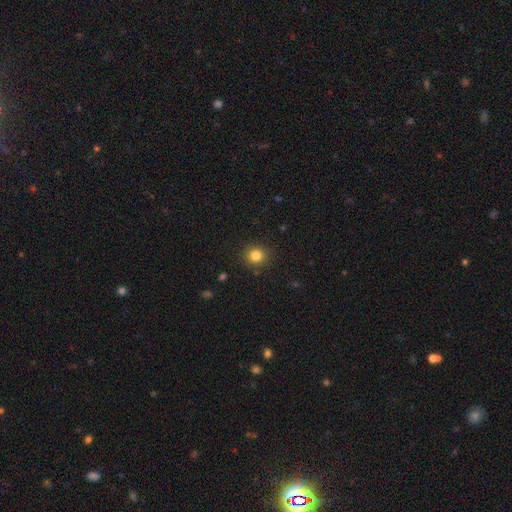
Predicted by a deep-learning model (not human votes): Morphology: type=smooth (82%); roundness=round (86%); merging=none (89%).